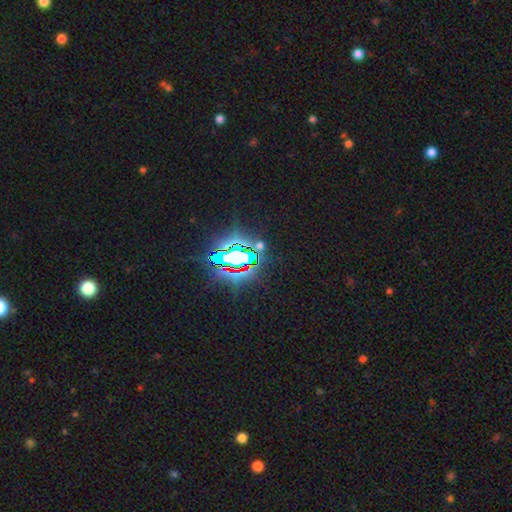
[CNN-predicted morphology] A star or artifact, not a galaxy (87%).

Vote fractions:
- Smooth or featured? star or artifact: 87% / smooth: 8% / featured or disk: 6%